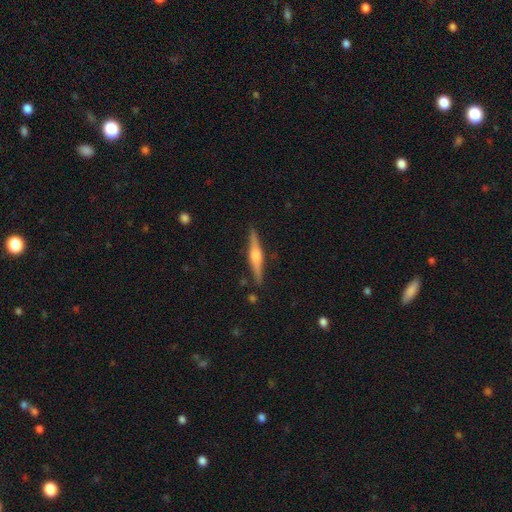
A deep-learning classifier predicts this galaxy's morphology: Smooth or featured? Predicted: featured or disk (p=0.71). Edge-on disk? Predicted: yes (p=0.98). Edge-on bulge? Predicted: rounded (p=0.84). Merging? Predicted: none (p=0.88).